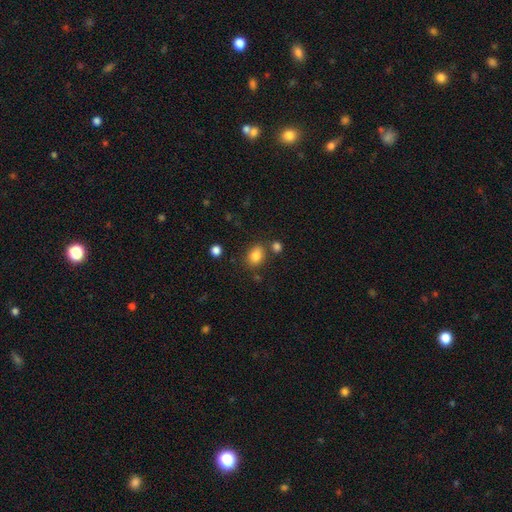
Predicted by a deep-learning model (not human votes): Smooth or featured? smooth (83%)
How rounded? in between (67%)
Merging? none (72%)